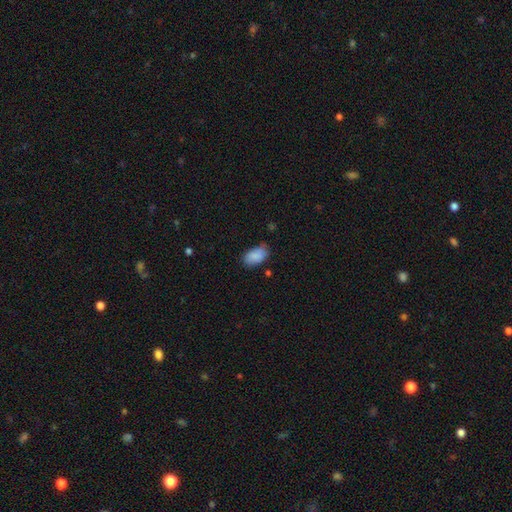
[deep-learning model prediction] Overall: smooth (88%). How rounded: in between (92%). Merging: none (71%).